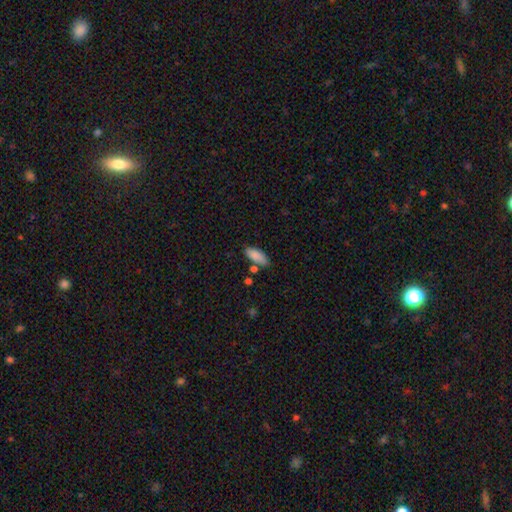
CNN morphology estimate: The model was most divided on "merging": none: 68%, minor disturbance: 17%, merger: 11%, major disturbance: 4%. More confident: smooth or featured — smooth (87%); how rounded — in between (79%).